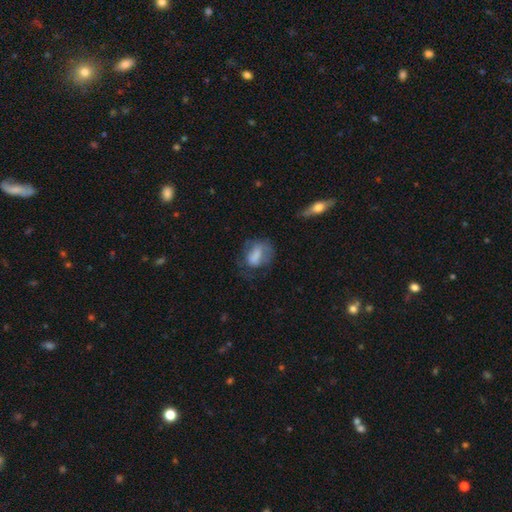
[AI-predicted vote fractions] The model was most divided on "merging": none: 40%, major disturbance: 30%, minor disturbance: 27%, merger: 3%. More confident: how rounded — in between (70%); smooth or featured — smooth (65%).